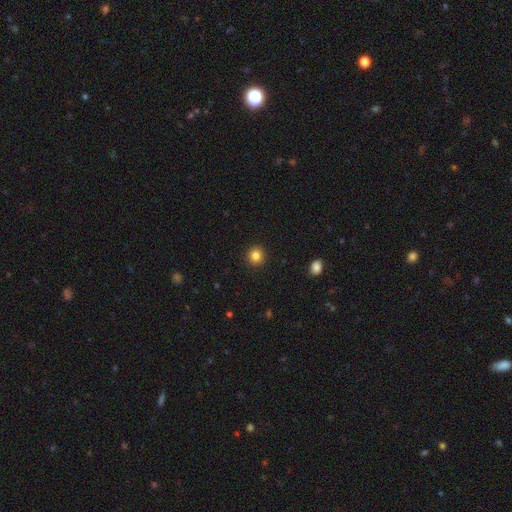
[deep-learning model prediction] The model was most divided on "smooth or featured": smooth: 85%, star or artifact: 11%, featured or disk: 5%. More confident: merging — none (92%); how rounded — round (91%).